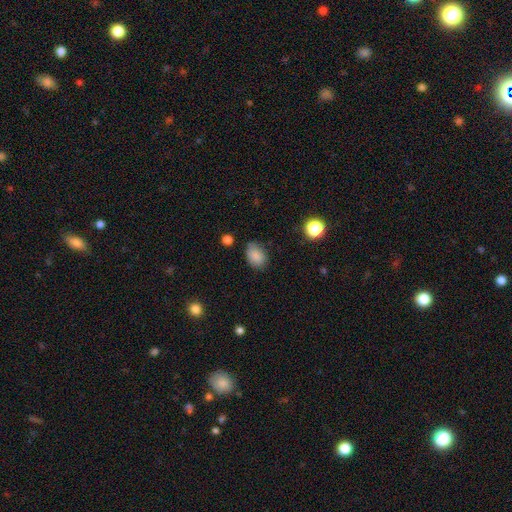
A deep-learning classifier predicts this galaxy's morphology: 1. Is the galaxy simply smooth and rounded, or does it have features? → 84% smooth, 9% star or artifact, 6% featured or disk.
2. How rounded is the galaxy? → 79% in between, 19% round, 1% cigar-shaped.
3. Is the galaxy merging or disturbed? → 72% none, 21% minor disturbance, 4% major disturbance, 2% merger.